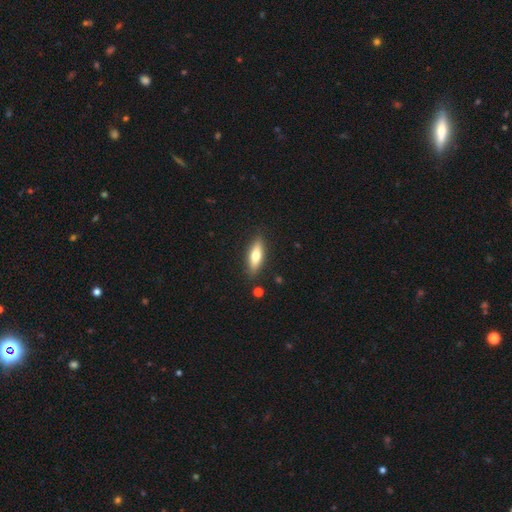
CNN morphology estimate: This is likely a smooth galaxy (62%). How rounded: possibly in between (51%). Merging: clearly none (87%).